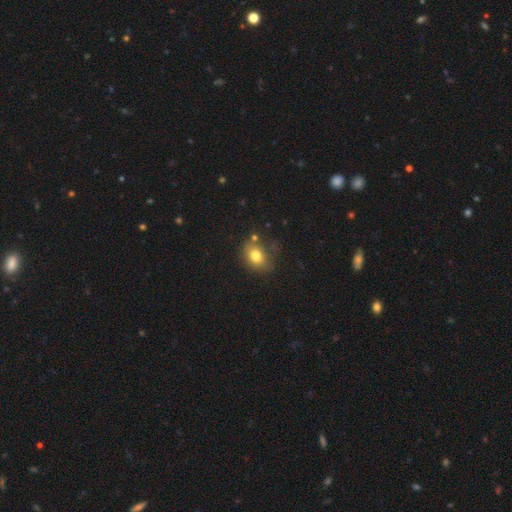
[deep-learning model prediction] Smooth or featured?
  - smooth: 78% *
  - featured or disk: 12%
  - star or artifact: 10%
How rounded?
  - in between: 62% *
  - round: 37%
  - cigar-shaped: 1%
Merging?
  - none: 60% *
  - minor disturbance: 24%
  - major disturbance: 9%
  - merger: 7%